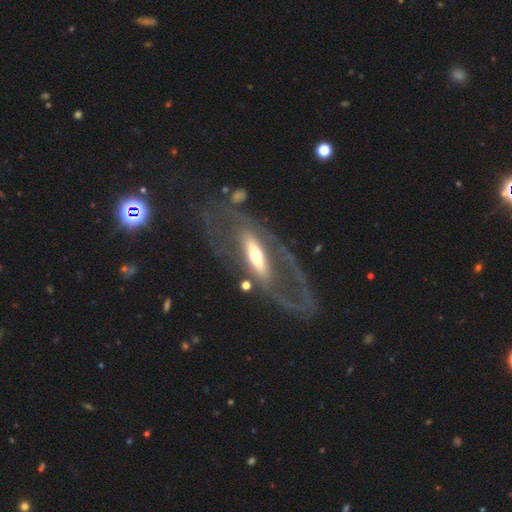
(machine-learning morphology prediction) Smooth or featured? Predicted: featured or disk (p=0.75). Edge-on disk? Predicted: no (p=0.71). Bar? Predicted: strong (p=0.46). Spiral arms? Predicted: no (p=0.52). Bulge size? Predicted: moderate (p=0.56). Merging? Predicted: none (p=0.49).